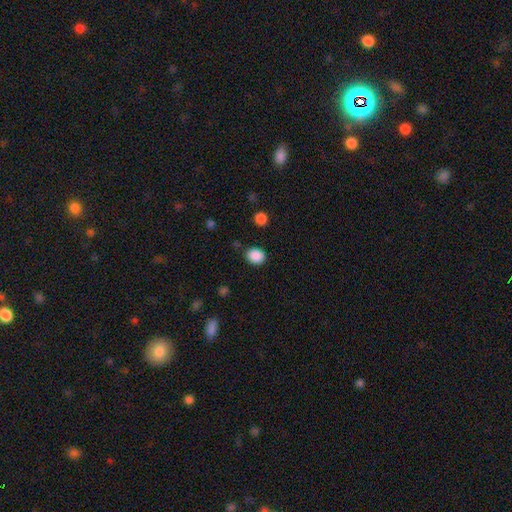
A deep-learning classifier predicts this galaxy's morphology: Smooth or featured? smooth (88%)
How rounded? round (55%)
Merging? none (84%)